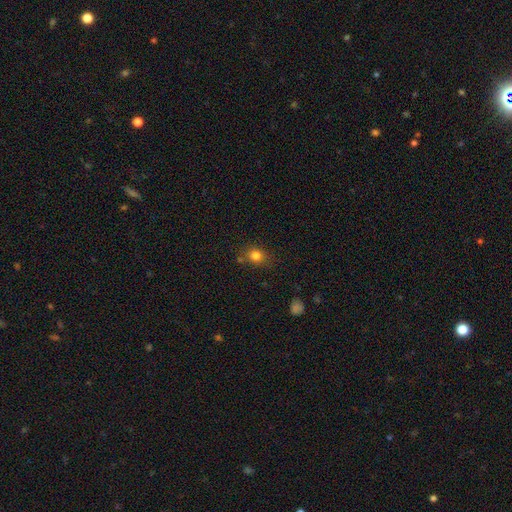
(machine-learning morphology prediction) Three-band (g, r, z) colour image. It shows a smooth galaxy with no disk features (80%) that is round (67%). Merging: none (74%).